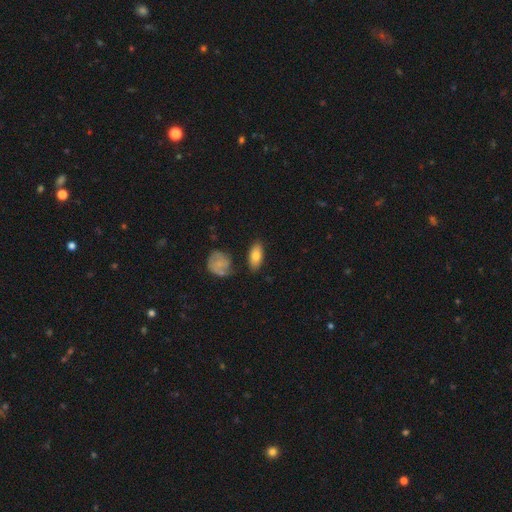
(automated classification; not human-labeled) A smooth galaxy with no disk features (77%) that is in between round and cigar-shaped (88%). Merging: none (76%).